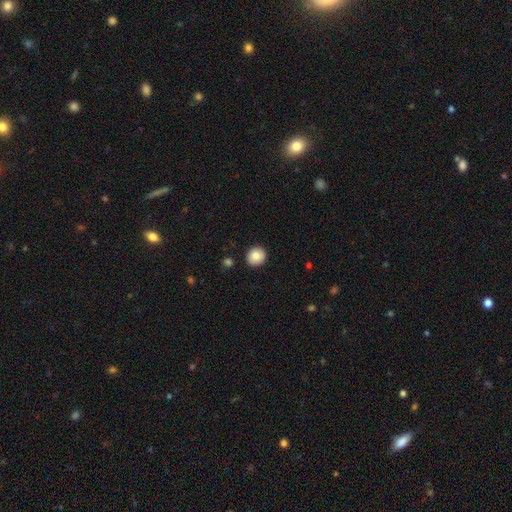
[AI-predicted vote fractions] A smooth galaxy with no disk features (82%) that is round (89%).

Vote fractions:
- Smooth or featured? smooth: 82% / featured or disk: 9% / star or artifact: 8%
- How rounded? round: 89% / in between: 10% / cigar-shaped: 1%
- Merging? none: 91% / minor disturbance: 6% / major disturbance: 2% / merger: 1%